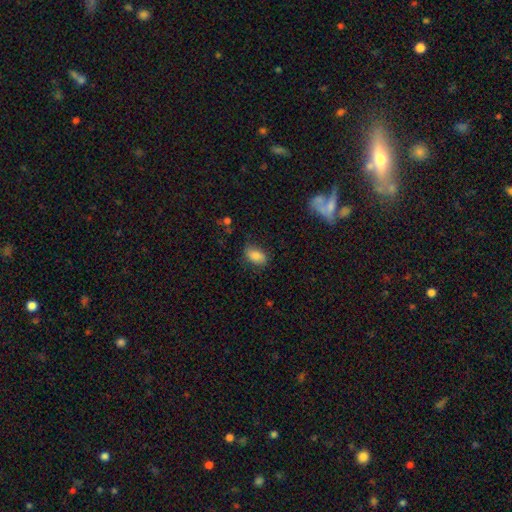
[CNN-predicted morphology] Smooth or featured? smooth (83%)
How rounded? in between (88%)
Merging? none (75%)